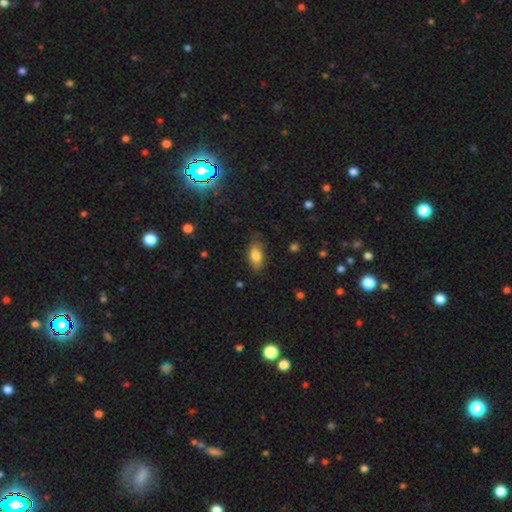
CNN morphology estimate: A smooth galaxy with no disk features (81%) that is in between round and cigar-shaped (89%).

Vote fractions:
- Smooth or featured? smooth: 81% / featured or disk: 11% / star or artifact: 8%
- How rounded? in between: 89% / cigar-shaped: 7% / round: 5%
- Merging? none: 74% / minor disturbance: 20% / major disturbance: 5% / merger: 1%